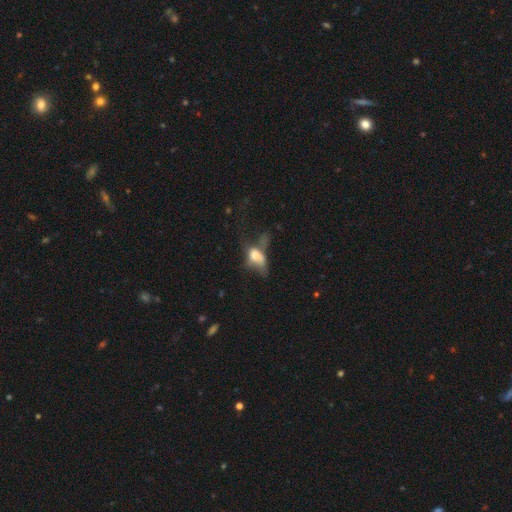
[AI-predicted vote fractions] The model was most divided on "smooth or featured": smooth: 54%, featured or disk: 33%, star or artifact: 13%. More confident: how rounded — in between (79%); merging — major disturbance (52%).